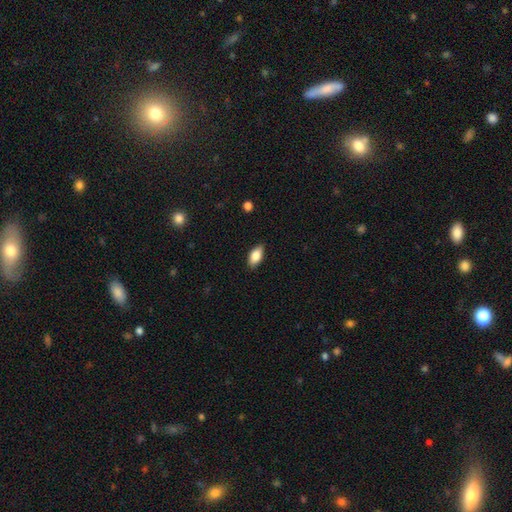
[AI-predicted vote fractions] smooth 82%, featured or disk 11%, star or artifact 7%. Down the decision tree: how rounded — in between (89%); merging — none (84%).